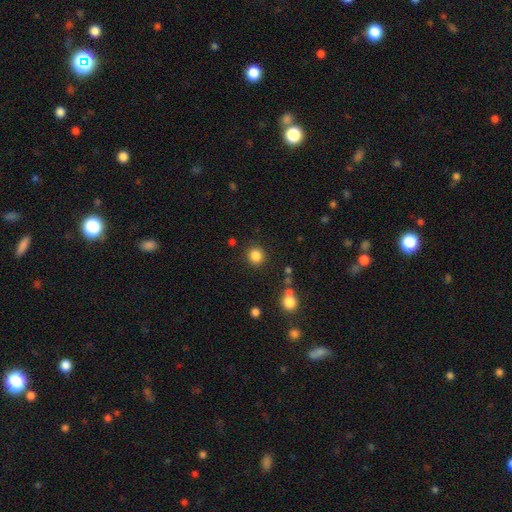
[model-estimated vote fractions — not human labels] This appears to be a smooth galaxy with no disk features (85%) that is round (91%). Merging: none (87%).